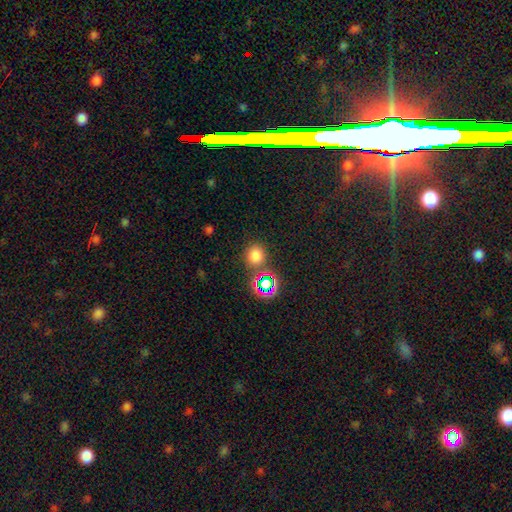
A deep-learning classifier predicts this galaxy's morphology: A smooth galaxy with no disk features (74%) that is round (81%). Merging: none (76%).